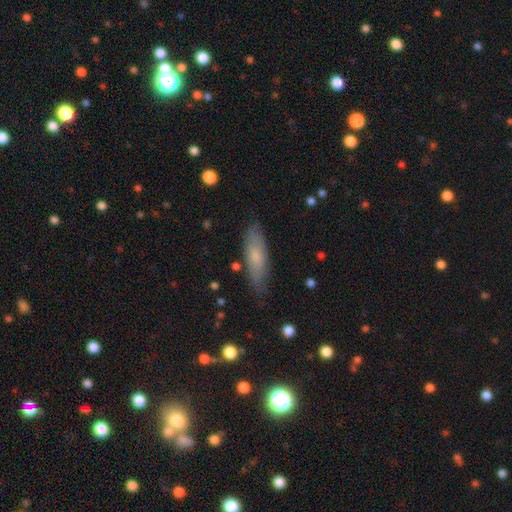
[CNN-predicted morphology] Q: Smooth or featured?
A: smooth (69%); runner-up: featured or disk (24%)
Q: How rounded?
A: cigar-shaped (54%); runner-up: in between (44%)
Q: Merging?
A: none (78%); runner-up: minor disturbance (17%)